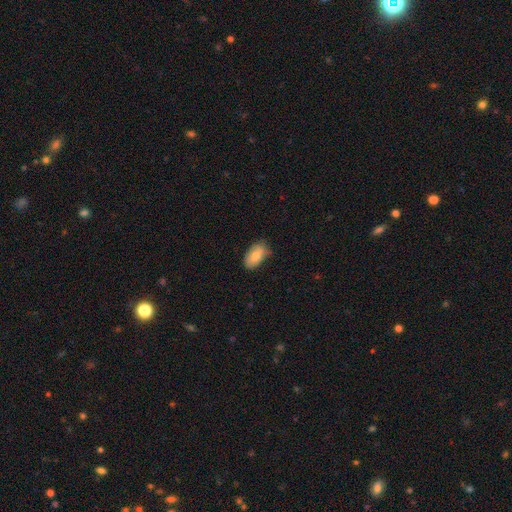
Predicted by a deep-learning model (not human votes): This is clearly a smooth galaxy (81%). How rounded: clearly in between (93%). Merging: likely none (69%).